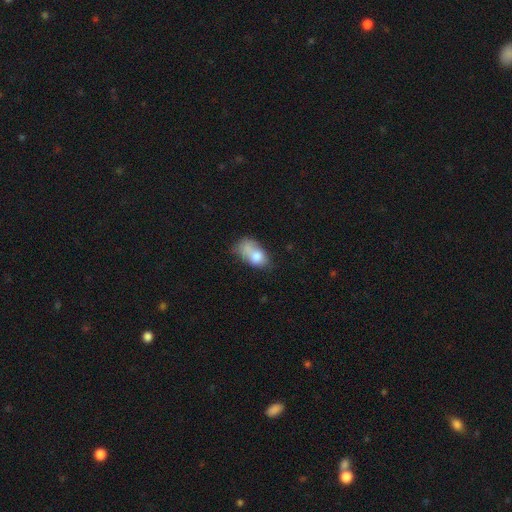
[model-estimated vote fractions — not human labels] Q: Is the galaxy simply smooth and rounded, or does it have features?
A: smooth — 72%.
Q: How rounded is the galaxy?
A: in between — 86%.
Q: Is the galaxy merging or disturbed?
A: minor disturbance — 27%.